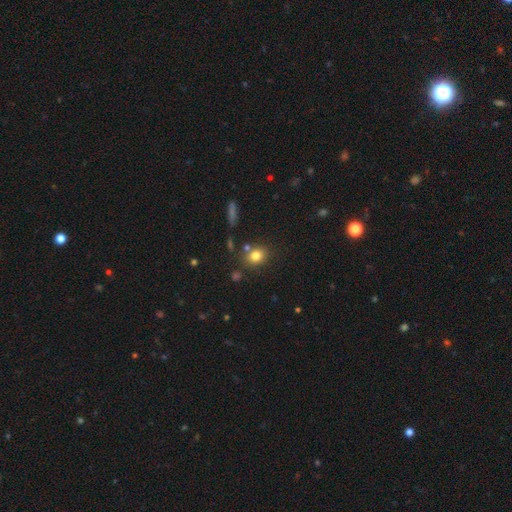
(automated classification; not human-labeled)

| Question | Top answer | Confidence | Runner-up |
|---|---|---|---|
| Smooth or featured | smooth | 80% | star or artifact (12%) |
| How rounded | round | 59% | in between (40%) |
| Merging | none | 76% | minor disturbance (11%) |